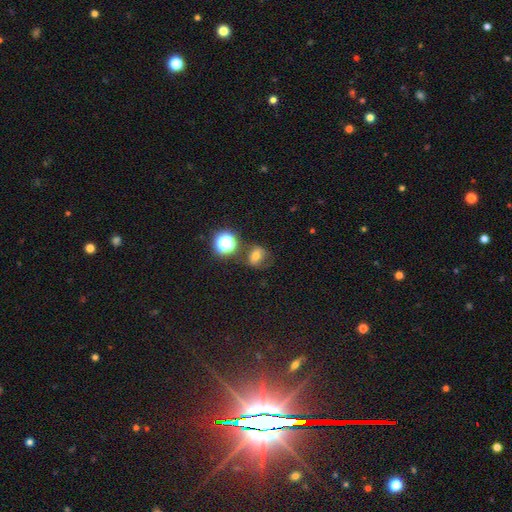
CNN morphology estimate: Smooth or featured?
  - smooth: 59% *
  - star or artifact: 22%
  - featured or disk: 19%
How rounded?
  - round: 64% *
  - in between: 35%
  - cigar-shaped: 1%
Merging?
  - none: 65% *
  - minor disturbance: 18%
  - major disturbance: 8%
  - merger: 8%